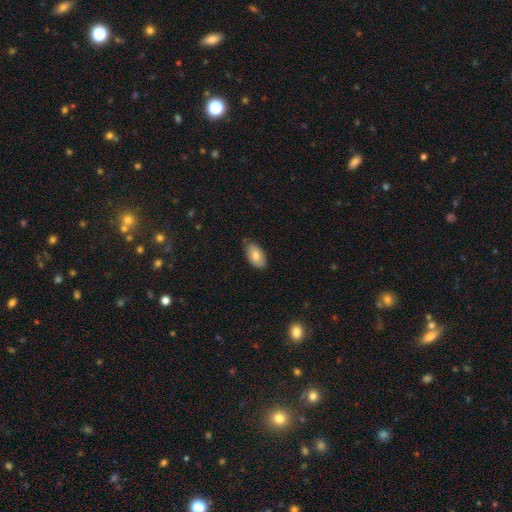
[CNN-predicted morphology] This appears to be a smooth galaxy with no disk features (79%) that is in between round and cigar-shaped (94%). Merging: none (78%).